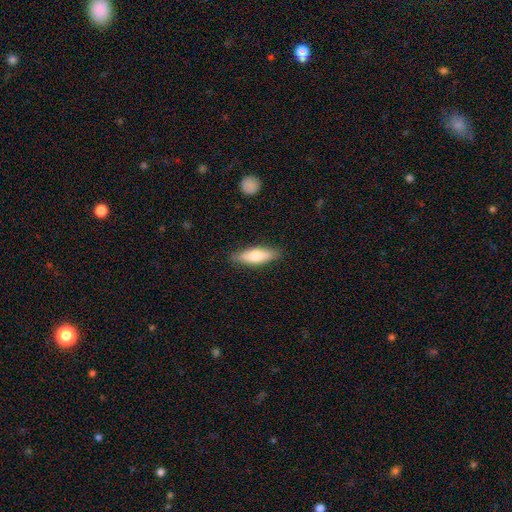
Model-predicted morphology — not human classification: This is likely a smooth galaxy (68%). How rounded: possibly in between (58%). Merging: clearly none (85%).